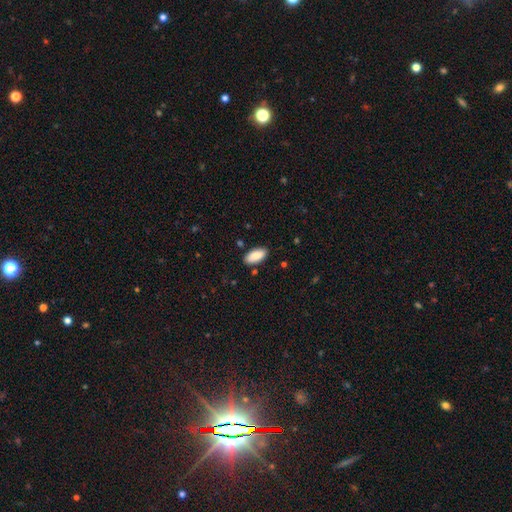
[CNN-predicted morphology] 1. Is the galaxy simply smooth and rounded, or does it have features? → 88% smooth, 6% star or artifact, 5% featured or disk.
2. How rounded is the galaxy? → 91% in between, 7% cigar-shaped, 2% round.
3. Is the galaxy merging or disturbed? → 85% none, 11% minor disturbance, 2% major disturbance, 2% merger.